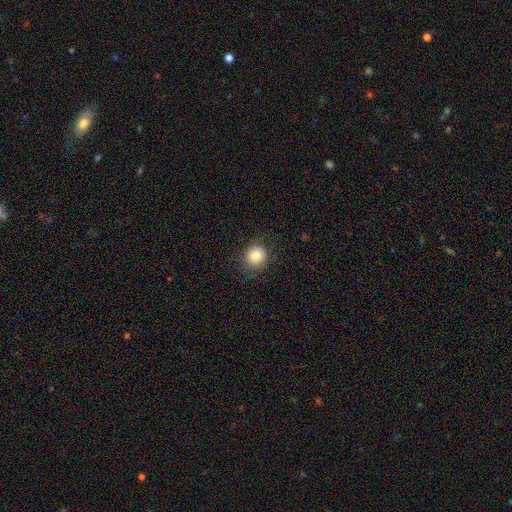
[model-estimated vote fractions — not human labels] Smooth or featured: smooth — 82% (star or artifact — 10%)
How rounded: round — 87% (in between — 12%)
Merging: none — 84% (minor disturbance — 11%)